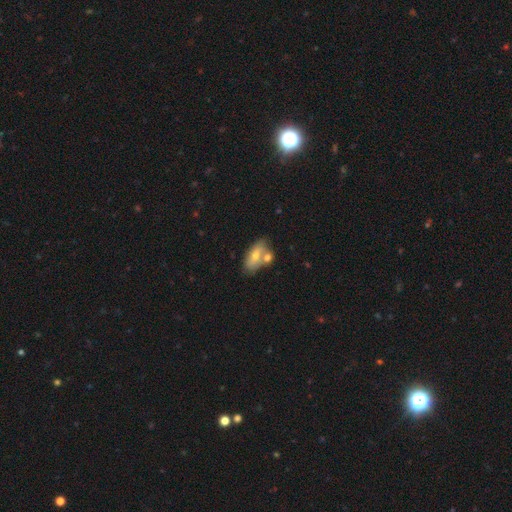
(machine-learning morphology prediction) Smooth or featured?
  - smooth: 64% *
  - featured or disk: 29%
  - star or artifact: 8%
How rounded?
  - in between: 82% *
  - cigar-shaped: 12%
  - round: 5%
Merging?
  - none: 55% *
  - merger: 27%
  - minor disturbance: 14%
  - major disturbance: 4%